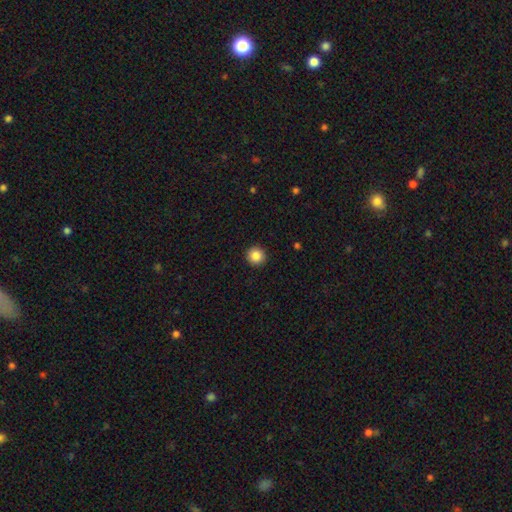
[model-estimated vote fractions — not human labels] A smooth galaxy with no disk features (87%) that is round (96%).

Vote fractions:
- Smooth or featured? smooth: 87% / star or artifact: 10% / featured or disk: 4%
- How rounded? round: 96% / in between: 4% / cigar-shaped: 1%
- Merging? none: 93% / minor disturbance: 4% / major disturbance: 2% / merger: 1%